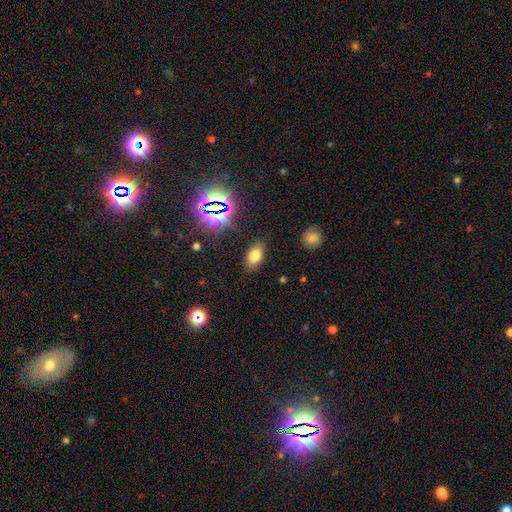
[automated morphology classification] Q: Smooth or featured?
A: smooth (70%); runner-up: star or artifact (18%)
Q: How rounded?
A: in between (89%); runner-up: round (8%)
Q: Merging?
A: none (86%); runner-up: minor disturbance (10%)